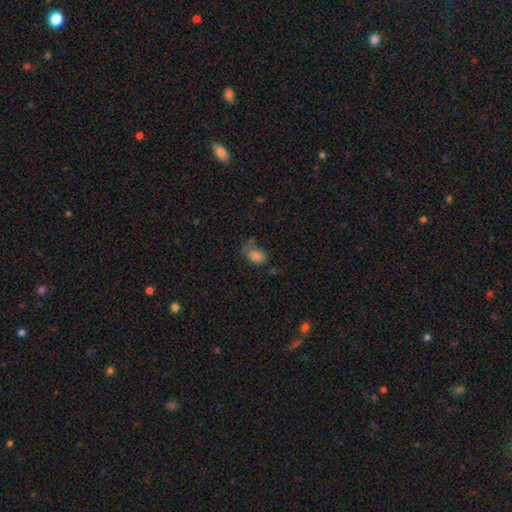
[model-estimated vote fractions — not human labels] smooth-or-featured: smooth: 79% | star or artifact: 11% | featured or disk: 10%
  how-rounded: in between: 86% | round: 12% | cigar-shaped: 2%
  merging: none: 45% | minor disturbance: 30% | major disturbance: 18% | merger: 7%